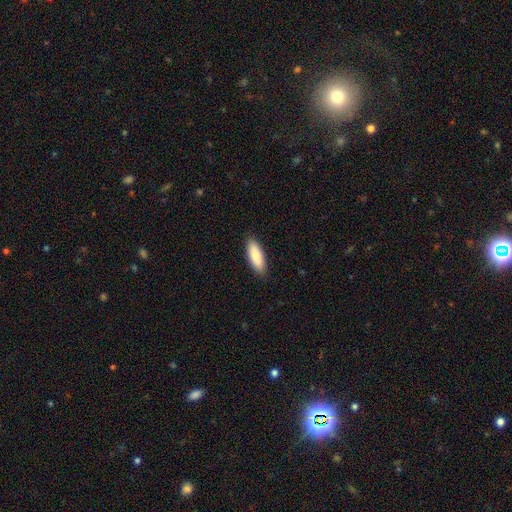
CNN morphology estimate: smooth_or_featured: smooth (p=0.85) [alt: featured or disk p=0.09]
how_rounded: in between (p=0.64) [alt: cigar-shaped p=0.34]
merging: none (p=0.89) [alt: minor disturbance p=0.08]